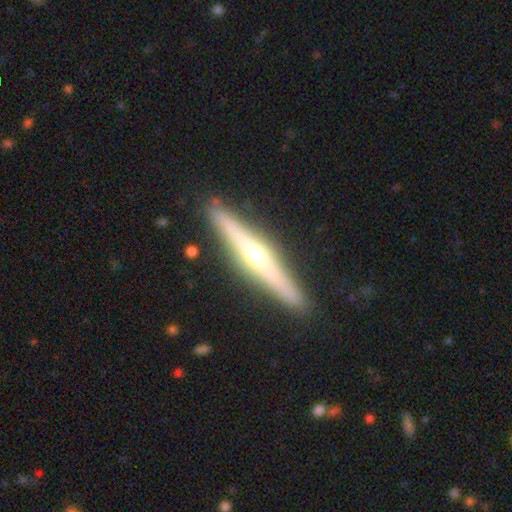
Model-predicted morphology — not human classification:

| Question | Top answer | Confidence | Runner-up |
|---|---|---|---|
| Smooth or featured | featured or disk | 69% | smooth (25%) |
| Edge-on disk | yes | 96% | no (4%) |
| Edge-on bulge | rounded | 85% | none (10%) |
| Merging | none | 90% | minor disturbance (7%) |